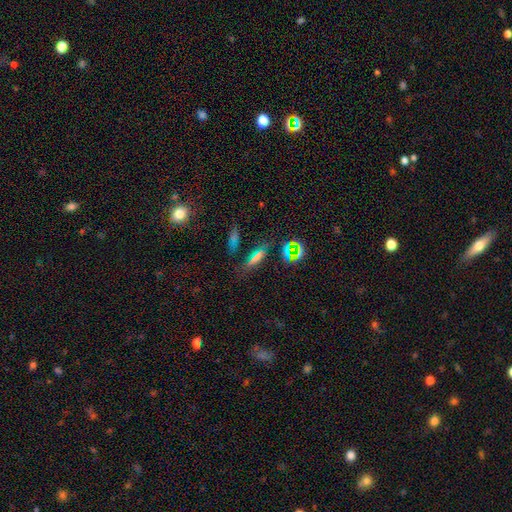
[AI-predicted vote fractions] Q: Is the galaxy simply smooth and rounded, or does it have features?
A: smooth — 55%.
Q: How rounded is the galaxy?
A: cigar-shaped — 58%.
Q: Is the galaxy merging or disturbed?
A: none — 74%.